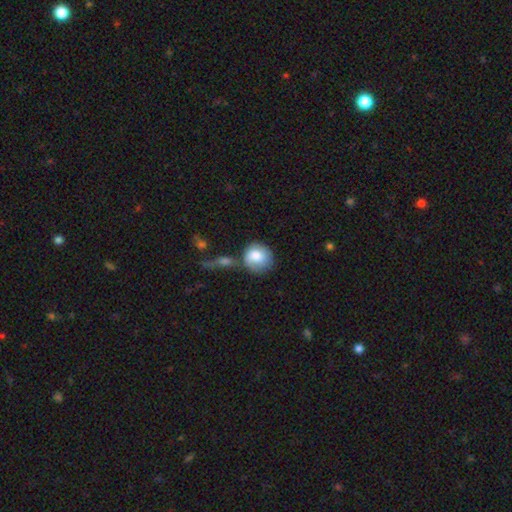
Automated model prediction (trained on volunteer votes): Smooth or featured? smooth (81%)
How rounded? round (84%)
Merging? none (52%)